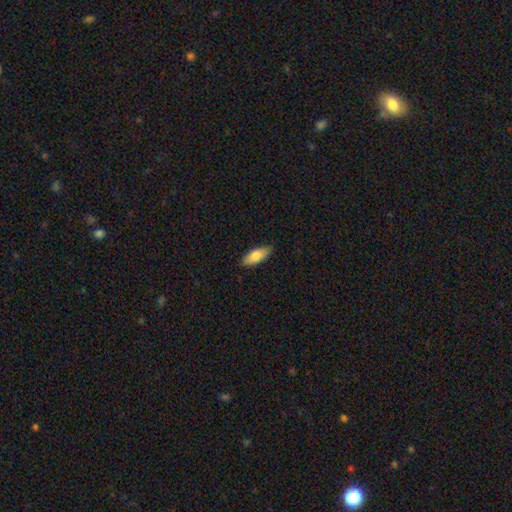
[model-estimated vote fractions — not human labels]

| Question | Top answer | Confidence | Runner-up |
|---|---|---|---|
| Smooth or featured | smooth | 79% | featured or disk (15%) |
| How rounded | in between | 75% | cigar-shaped (23%) |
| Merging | none | 88% | minor disturbance (10%) |